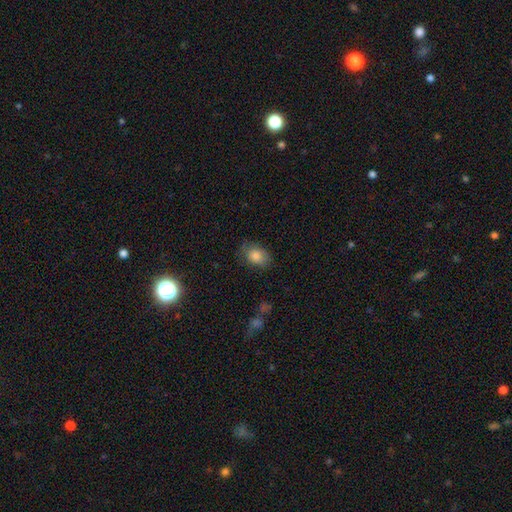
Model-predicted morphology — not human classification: smooth_or_featured: smooth (p=0.82) [alt: star or artifact p=0.09]
how_rounded: in between (p=0.80) [alt: round p=0.19]
merging: none (p=0.70) [alt: minor disturbance p=0.23]